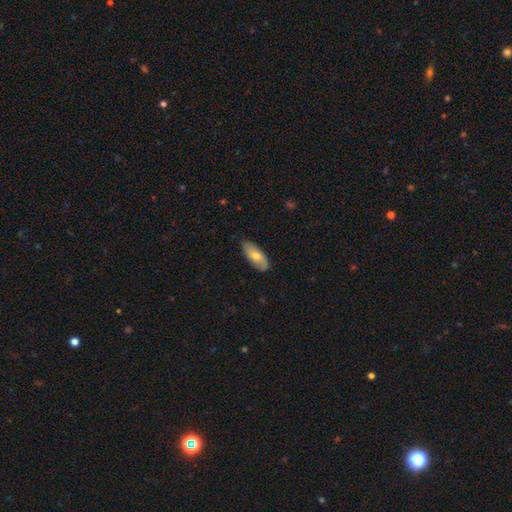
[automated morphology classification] Overall: smooth (59%; featured or disk 35%). How rounded: in between (83%). Merging: none (81%).